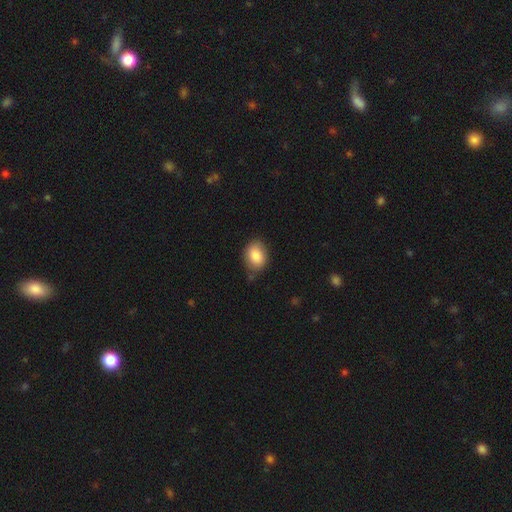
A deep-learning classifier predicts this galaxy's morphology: smooth-or-featured: smooth: 87% | star or artifact: 7% | featured or disk: 6%
  how-rounded: in between: 72% | round: 27% | cigar-shaped: 1%
  merging: none: 74% | minor disturbance: 19% | major disturbance: 4% | merger: 2%